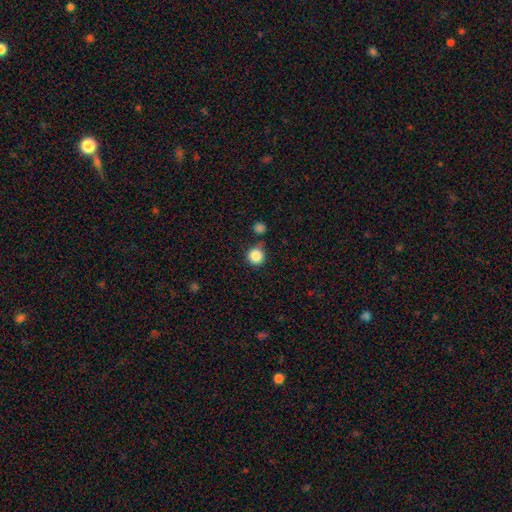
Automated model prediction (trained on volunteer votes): The model was most divided on "merging": none: 77%, minor disturbance: 11%, merger: 9%, major disturbance: 3%. More confident: how rounded — round (94%); smooth or featured — smooth (86%).